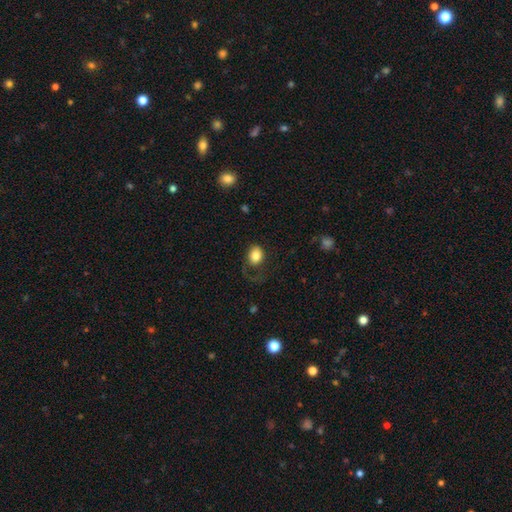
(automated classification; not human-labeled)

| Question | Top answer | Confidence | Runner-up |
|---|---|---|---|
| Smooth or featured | smooth | 81% | featured or disk (11%) |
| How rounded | in between | 54% | round (45%) |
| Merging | none | 55% | major disturbance (25%) |